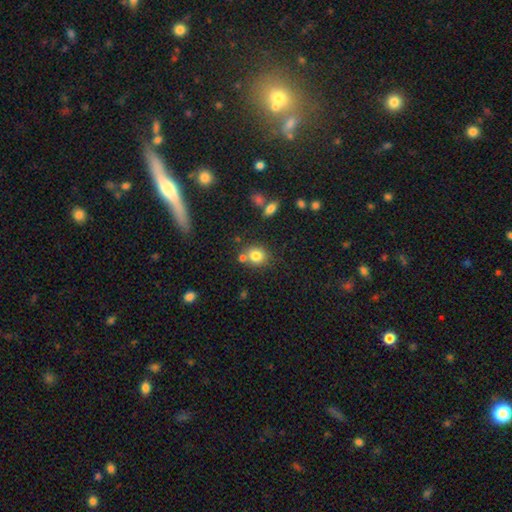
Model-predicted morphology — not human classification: A smooth galaxy with no disk features (80%) that is round (74%). Merging: none (65%).